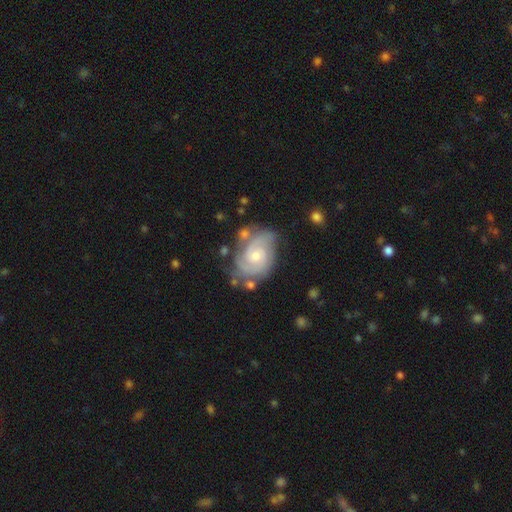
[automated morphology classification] This is clearly a featured or disk galaxy (86%). It is clearly not viewed edge-on (98%). Bar: likely no (65%). Spiral arm pattern: clearly yes (97%). Spiral arm count: likely 2 (63%). Spiral winding: possibly tight (59%). Central bulge: possibly small (54%). Merging: likely none (65%).